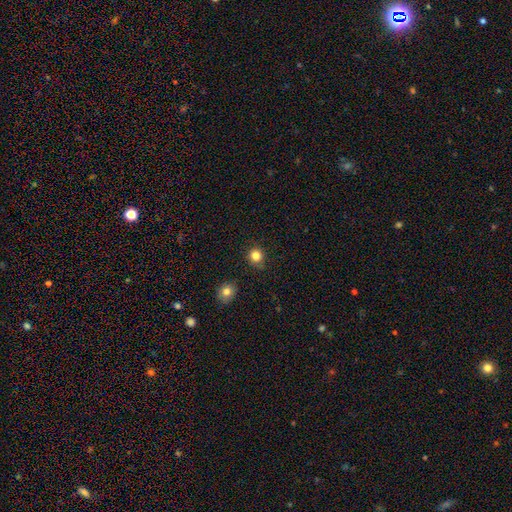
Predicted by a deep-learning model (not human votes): smooth-or-featured: smooth: 82% | star or artifact: 13% | featured or disk: 5%
  how-rounded: round: 90% | in between: 9% | cigar-shaped: 1%
  merging: none: 86% | minor disturbance: 10% | major disturbance: 2% | merger: 2%